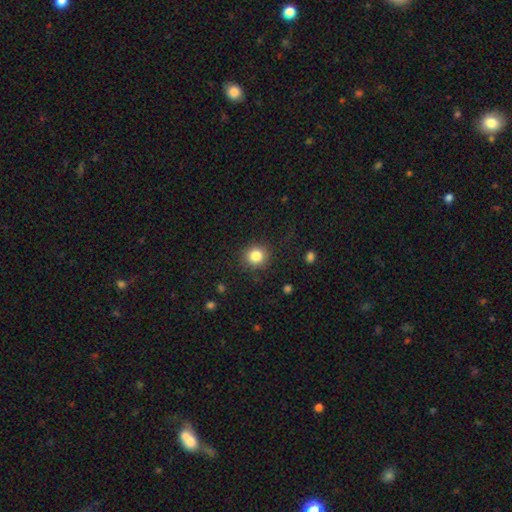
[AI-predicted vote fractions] smooth 84%, star or artifact 11%, featured or disk 6%. Down the decision tree: how rounded — round (90%); merging — none (88%).